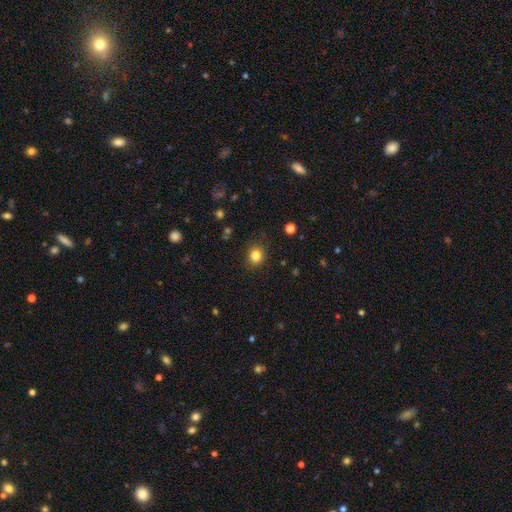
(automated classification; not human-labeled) A smooth galaxy with no disk features (83%) that is round (84%).

Vote fractions:
- Smooth or featured? smooth: 83% / star or artifact: 12% / featured or disk: 5%
- How rounded? round: 84% / in between: 15% / cigar-shaped: 1%
- Merging? none: 88% / minor disturbance: 9% / major disturbance: 3% / merger: 1%